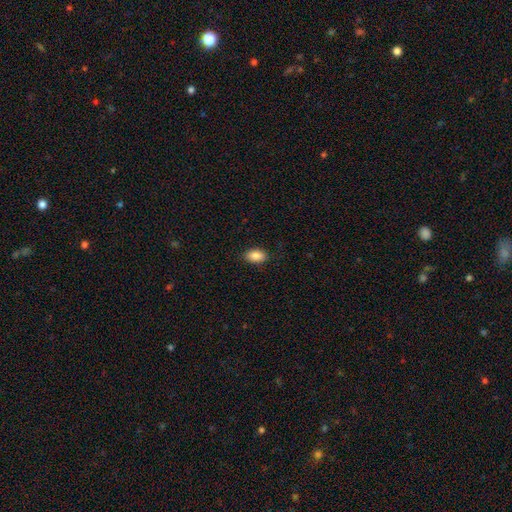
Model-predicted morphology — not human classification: type=smooth (88%); roundness=in between (91%); merging=none (88%).